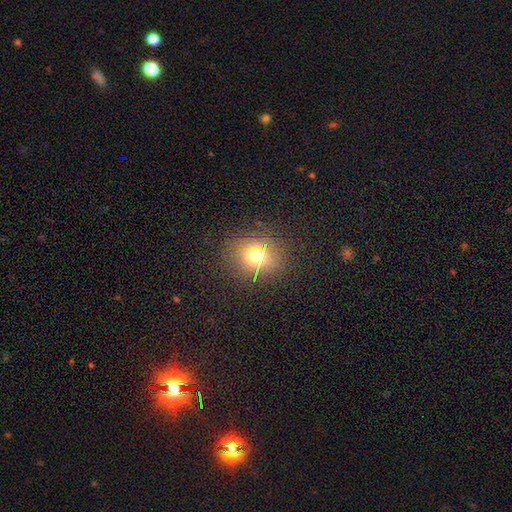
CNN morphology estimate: Smooth or featured? smooth (67%)
How rounded? round (72%)
Merging? none (84%)